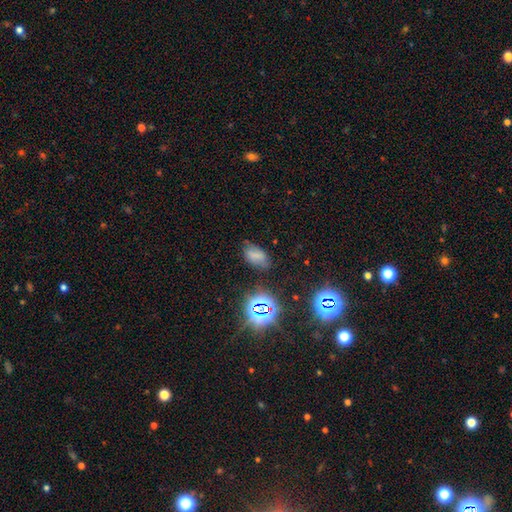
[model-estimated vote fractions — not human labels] smooth 60%, star or artifact 24%, featured or disk 15%. Down the decision tree: how rounded — in between (90%); merging — none (65%).